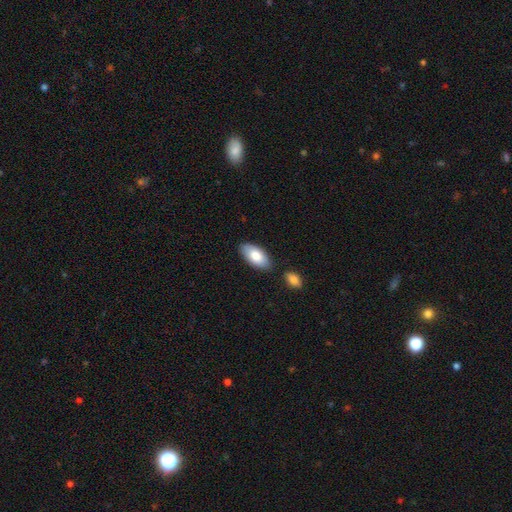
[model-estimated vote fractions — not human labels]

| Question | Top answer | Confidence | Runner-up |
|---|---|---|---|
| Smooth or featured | smooth | 80% | featured or disk (14%) |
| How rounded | in between | 93% | cigar-shaped (4%) |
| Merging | none | 80% | minor disturbance (12%) |